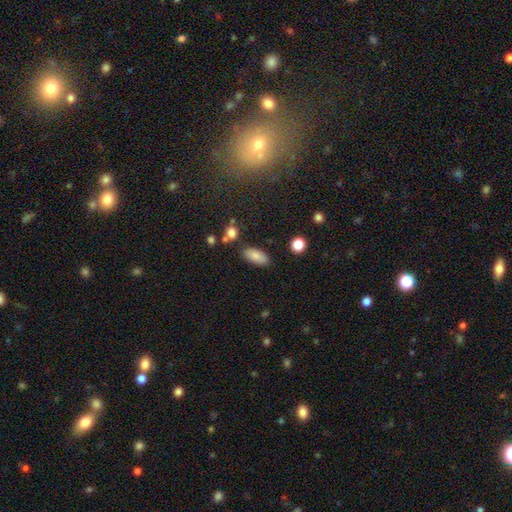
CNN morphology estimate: type=smooth (85%); roundness=in between (88%); merging=none (83%).